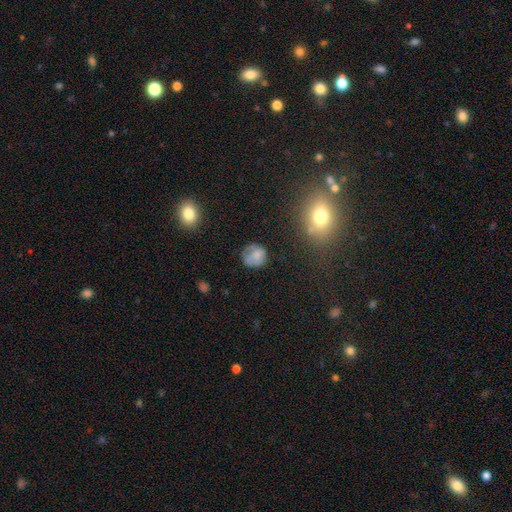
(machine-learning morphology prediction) This is likely a smooth galaxy (70%). How rounded: likely round (79%). Merging: likely none (62%).